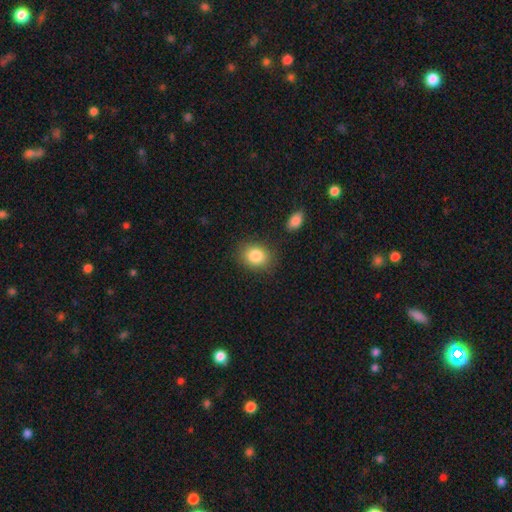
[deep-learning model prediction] Smooth or featured? Predicted: smooth (p=0.85). How rounded? Predicted: in between (p=0.50). Merging? Predicted: none (p=0.83).